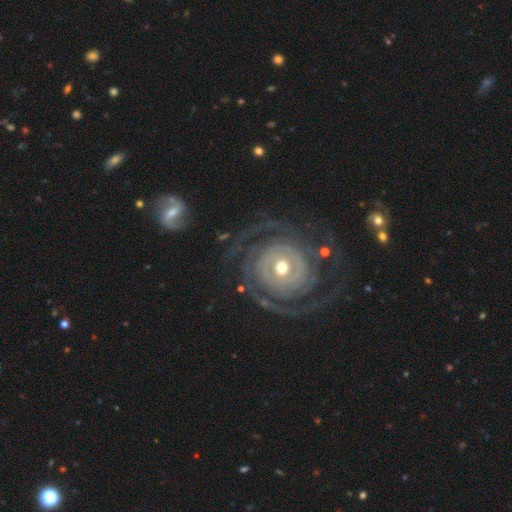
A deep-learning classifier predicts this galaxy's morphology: smooth-or-featured: featured or disk: 86% | smooth: 8% | star or artifact: 6%
  disk-edge-on: no: 97% | yes: 3%
    bar: no: 57% | weak: 26% | strong: 17%
    has-spiral-arms: yes: 89% | no: 11%
      spiral-winding: tight: 73% | medium: 20% | loose: 7%
      spiral-arm-count: 2: 37% | can't tell: 26% | 3: 15% | 4: 8% | more than 4: 7% | 1: 7%
    bulge-size: moderate: 58% | small: 35% | large: 5% | dominant: 1% | none: 1%
  merging: none: 71% | major disturbance: 13% | minor disturbance: 13% | merger: 3%